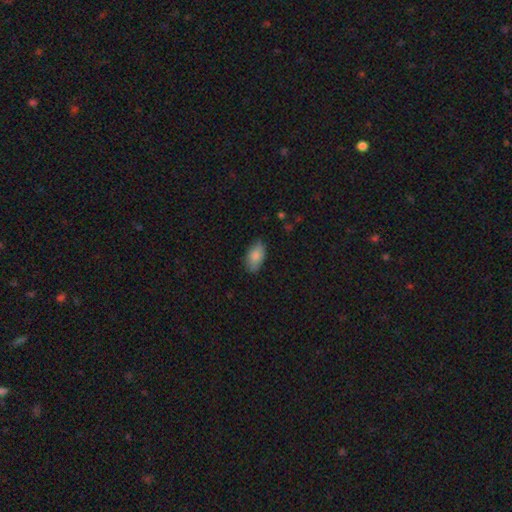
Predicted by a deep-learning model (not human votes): The model was most divided on "merging": none: 78%, minor disturbance: 18%, major disturbance: 3%, merger: 1%. More confident: how rounded — in between (93%); smooth or featured — smooth (85%).